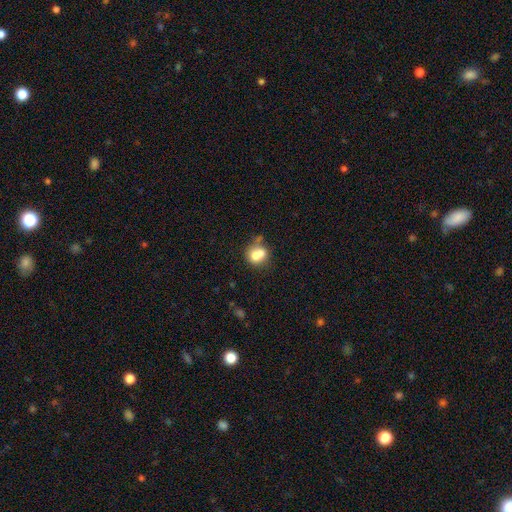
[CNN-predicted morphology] A smooth galaxy with no disk features (69%) that is round (70%).

Vote fractions:
- Smooth or featured? smooth: 69% / featured or disk: 21% / star or artifact: 10%
- How rounded? round: 70% / in between: 29% / cigar-shaped: 1%
- Merging? merger: 52% / none: 32% / minor disturbance: 10% / major disturbance: 5%